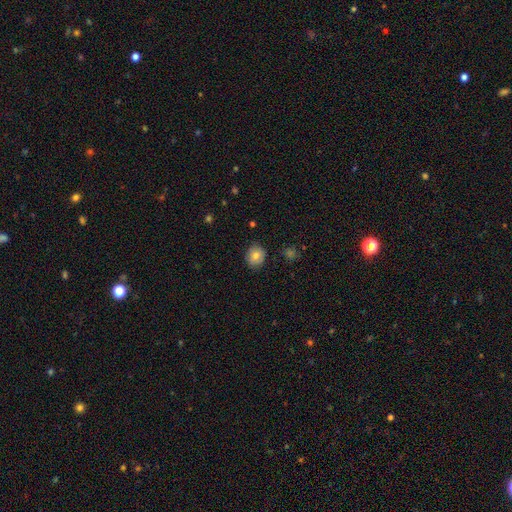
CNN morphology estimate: Smooth or featured?
  - smooth: 78% *
  - featured or disk: 13%
  - star or artifact: 9%
How rounded?
  - round: 74% *
  - in between: 25%
  - cigar-shaped: 1%
Merging?
  - none: 86% *
  - minor disturbance: 11%
  - major disturbance: 2%
  - merger: 1%